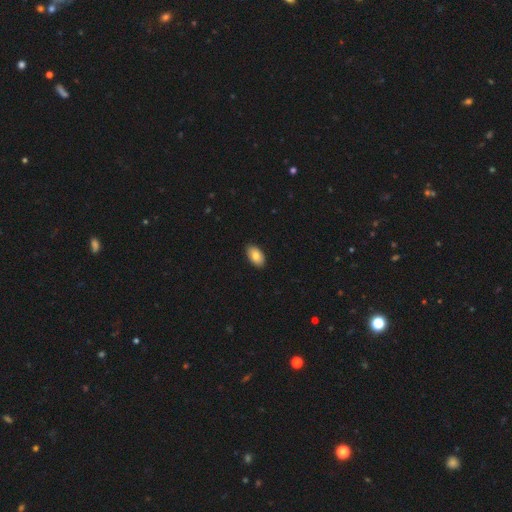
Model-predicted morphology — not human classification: Smooth or featured? Predicted: smooth (p=0.81). How rounded? Predicted: in between (p=0.94). Merging? Predicted: none (p=0.89).